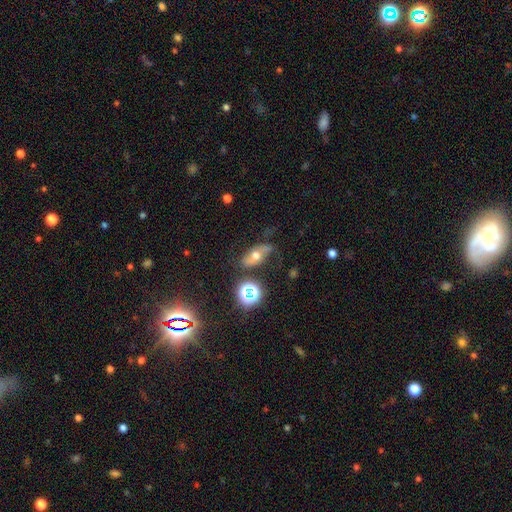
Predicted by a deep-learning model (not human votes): Smooth or featured: featured or disk — 42% (tied with smooth — 42%)
Merging: none — 61% (minor disturbance — 24%)